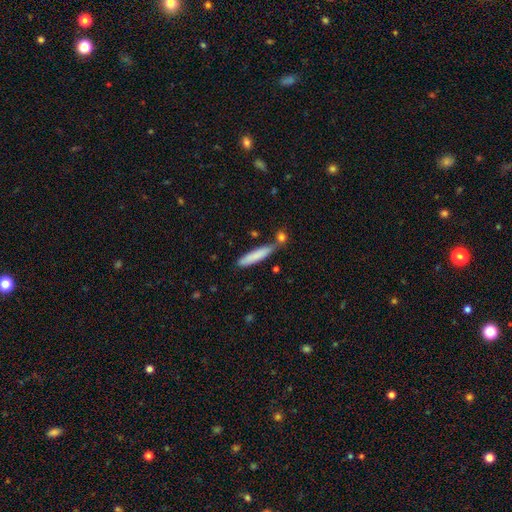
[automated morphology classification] Smooth or featured? smooth (80%)
How rounded? cigar-shaped (88%)
Merging? none (68%)